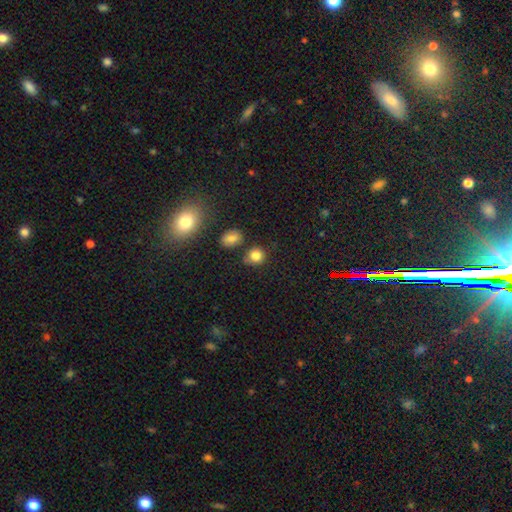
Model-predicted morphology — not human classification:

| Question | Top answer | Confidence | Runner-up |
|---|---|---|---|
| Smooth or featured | smooth | 83% | star or artifact (11%) |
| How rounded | round | 81% | in between (18%) |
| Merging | none | 73% | minor disturbance (14%) |